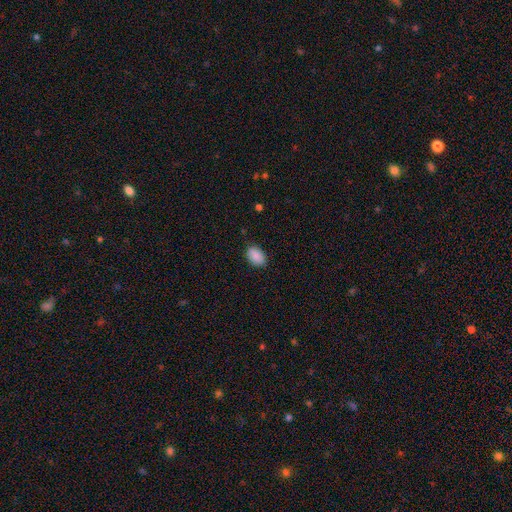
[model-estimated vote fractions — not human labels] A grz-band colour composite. It shows a smooth galaxy with no disk features (88%) that is in between round and cigar-shaped (87%). Merging: none (83%).